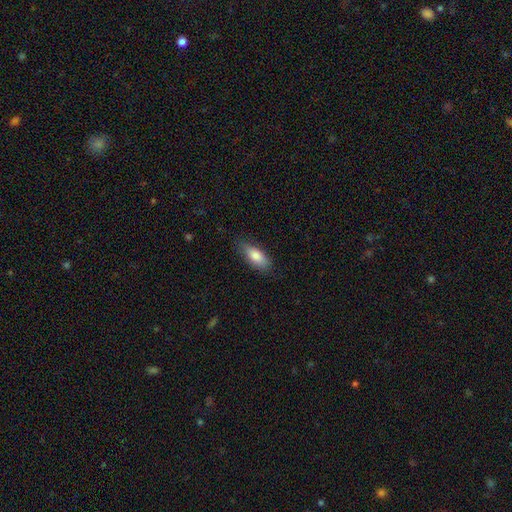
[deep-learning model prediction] Morphology: type=smooth (81%); roundness=in between (79%); merging=none (78%).